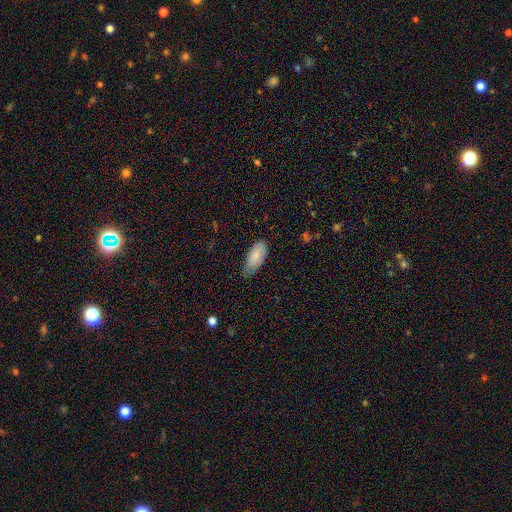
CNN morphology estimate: Smooth or featured? Predicted: smooth (p=0.83). How rounded? Predicted: in between (p=0.90). Merging? Predicted: none (p=0.56).